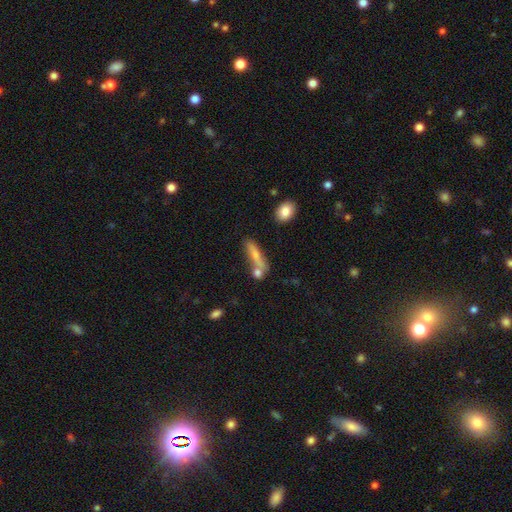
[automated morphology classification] smooth_or_featured: smooth (p=0.66) [alt: featured or disk p=0.26]
how_rounded: cigar-shaped (p=0.72) [alt: in between p=0.24]
merging: none (p=0.51) [alt: merger p=0.26]